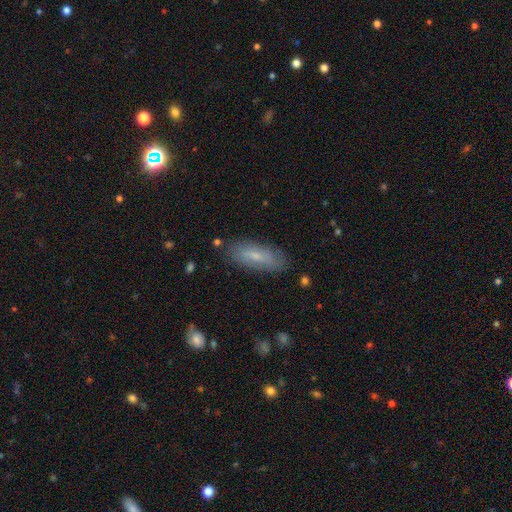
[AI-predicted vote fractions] A smooth galaxy with no disk features (62%) that is in between round and cigar-shaped (63%).

Vote fractions:
- Smooth or featured? smooth: 62% / featured or disk: 30% / star or artifact: 8%
- How rounded? in between: 63% / cigar-shaped: 35% / round: 2%
- Merging? none: 82% / minor disturbance: 13% / major disturbance: 3% / merger: 2%